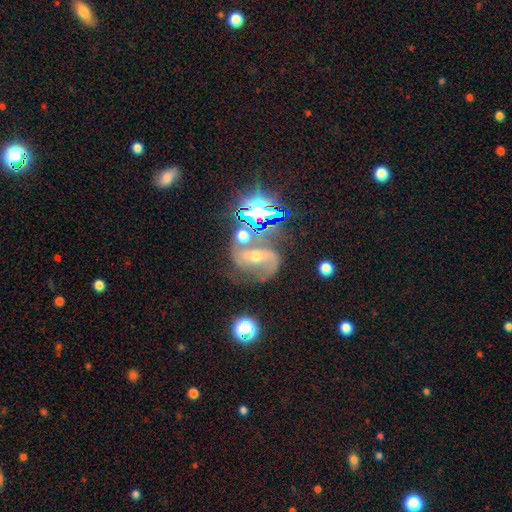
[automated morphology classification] type=featured or disk (71%); edge-on=no (96%); bar=strong (44%); spiral arms=yes (91%); winding=medium (44%, tied with loose); arm count=2 (87%); bulge=moderate (60%); merging=none (56%).